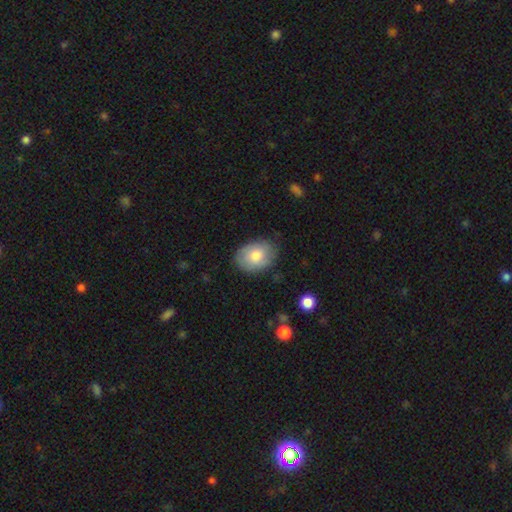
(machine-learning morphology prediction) type=smooth (76%); roundness=in between (77%); merging=none (78%).